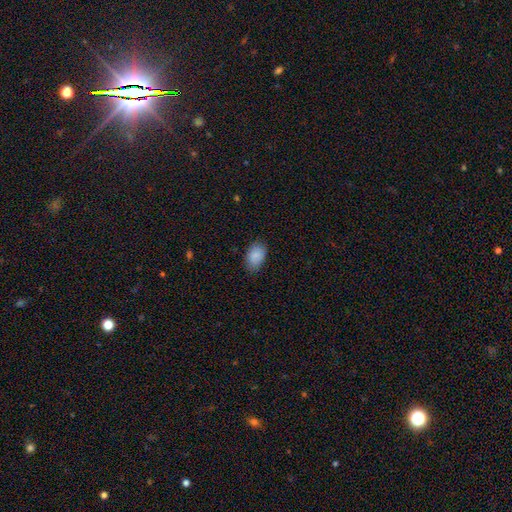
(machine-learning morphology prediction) smooth 89%, star or artifact 7%, featured or disk 4%. Down the decision tree: how rounded — in between (89%); merging — none (80%).